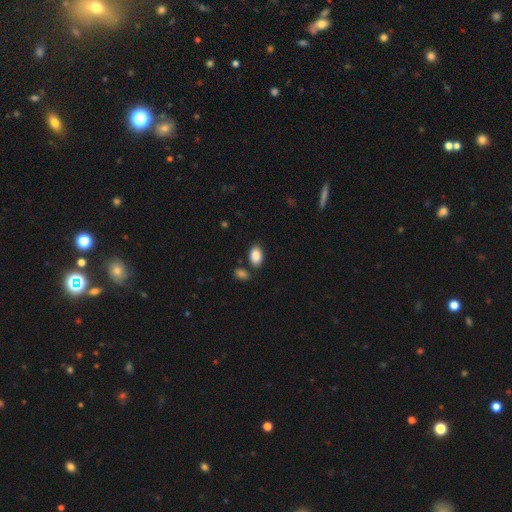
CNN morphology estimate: A smooth galaxy with no disk features (89%) that is in between round and cigar-shaped (89%). Merging: none (75%).